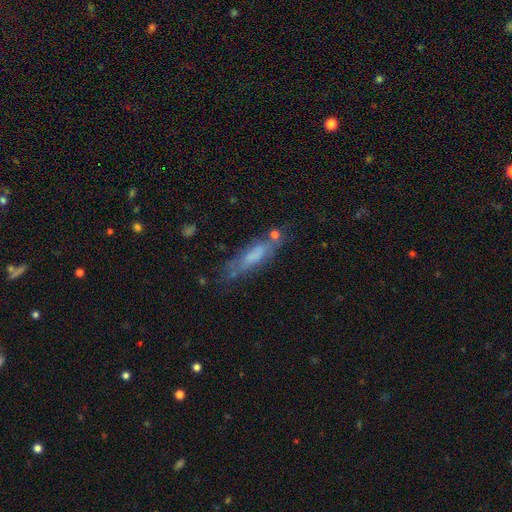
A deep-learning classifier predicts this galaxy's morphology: Smooth or featured? Predicted: smooth (p=0.44). Merging? Predicted: none (p=0.68).